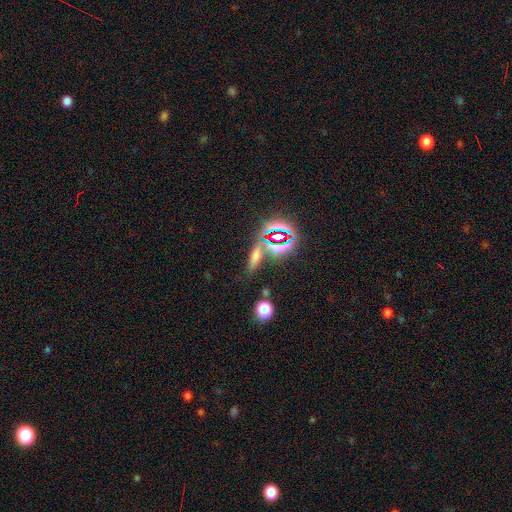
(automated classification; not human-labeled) This appears to be a smooth galaxy with no disk features (49%). Merging: none (68%).